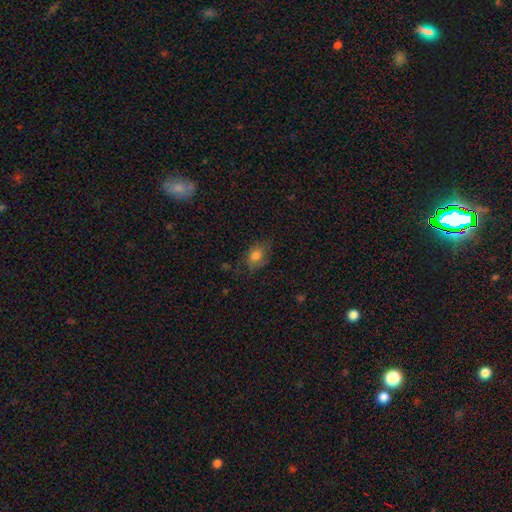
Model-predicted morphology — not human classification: Smooth or featured? smooth (73%)
How rounded? in between (78%)
Merging? none (64%)